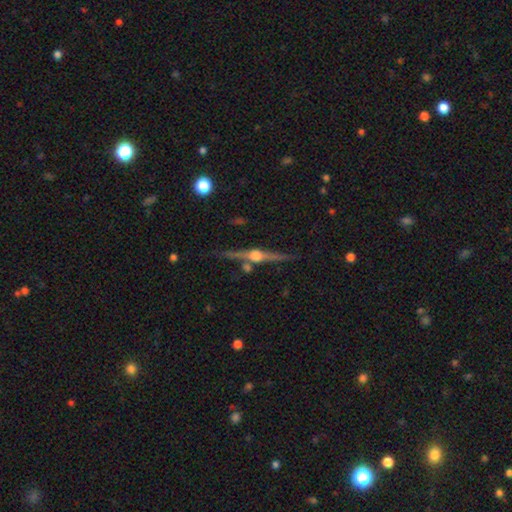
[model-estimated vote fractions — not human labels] Smooth or featured?
  - featured or disk: 85% *
  - smooth: 8%
  - star or artifact: 7%
Edge-on disk?
  - yes: 98% *
  - no: 2%
Edge-on bulge?
  - rounded: 94% *
  - boxy: 4%
  - none: 2%
Merging?
  - none: 83% *
  - minor disturbance: 9%
  - merger: 5%
  - major disturbance: 2%